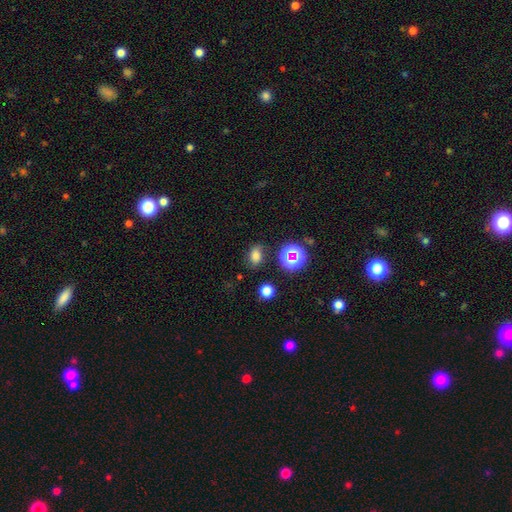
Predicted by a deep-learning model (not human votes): smooth-or-featured: smooth: 68% | star or artifact: 21% | featured or disk: 11%
  how-rounded: in between: 71% | round: 27% | cigar-shaped: 2%
  merging: none: 73% | minor disturbance: 18% | major disturbance: 6% | merger: 3%